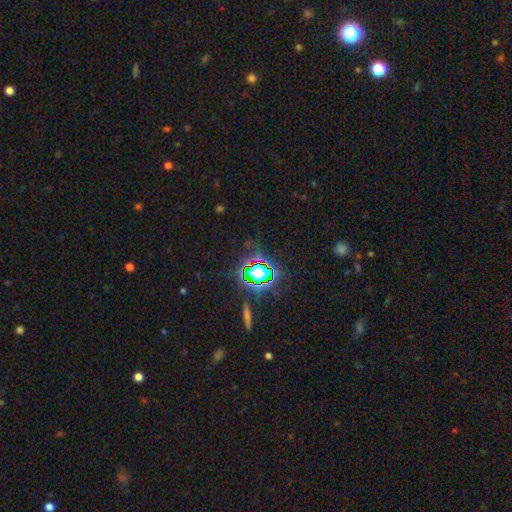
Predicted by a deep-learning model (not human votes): Smooth or featured: star or artifact — 77% (smooth — 14%)